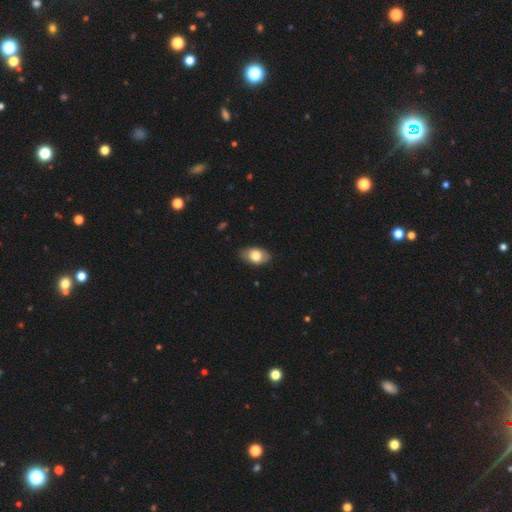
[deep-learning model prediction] Smooth or featured?
  - smooth: 76% *
  - featured or disk: 17%
  - star or artifact: 7%
How rounded?
  - in between: 89% *
  - round: 9%
  - cigar-shaped: 2%
Merging?
  - none: 78% *
  - minor disturbance: 17%
  - major disturbance: 3%
  - merger: 1%